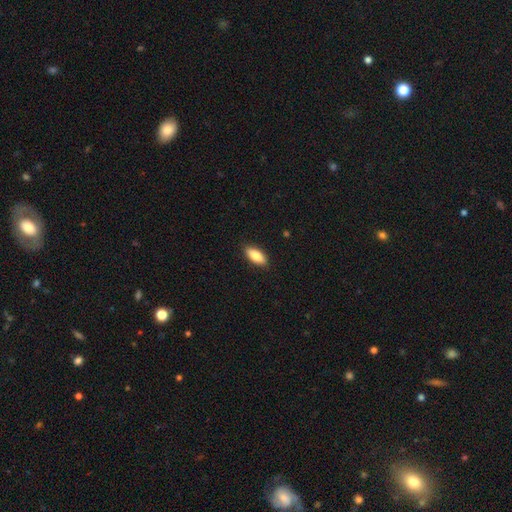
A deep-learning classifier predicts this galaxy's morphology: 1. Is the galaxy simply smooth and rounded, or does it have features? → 83% smooth, 11% featured or disk, 6% star or artifact.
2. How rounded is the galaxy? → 82% in between, 16% cigar-shaped, 2% round.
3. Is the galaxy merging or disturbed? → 89% none, 8% minor disturbance, 2% major disturbance, 1% merger.